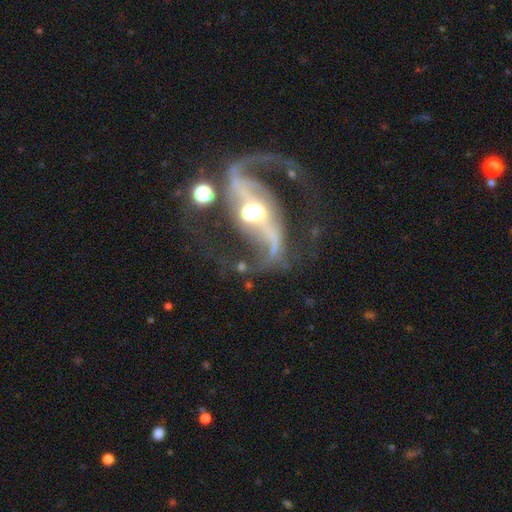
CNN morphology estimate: Smooth or featured? featured or disk (92%)
Edge-on disk? no (96%)
Bar? strong (61%)
Spiral arms? yes (98%)
Spiral winding? medium (53%)
Spiral arm count? 2 (94%)
Bulge size? moderate (63%)
Merging? none (66%)